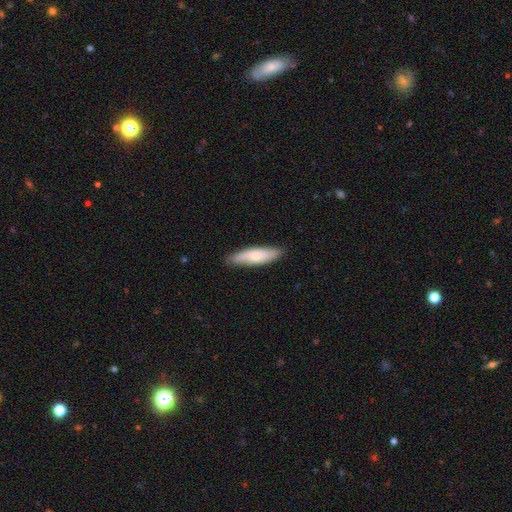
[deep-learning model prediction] smooth-or-featured: smooth: 61% | featured or disk: 33% | star or artifact: 6%
  how-rounded: cigar-shaped: 59% | in between: 39% | round: 2%
  merging: none: 83% | minor disturbance: 14% | major disturbance: 2% | merger: 1%